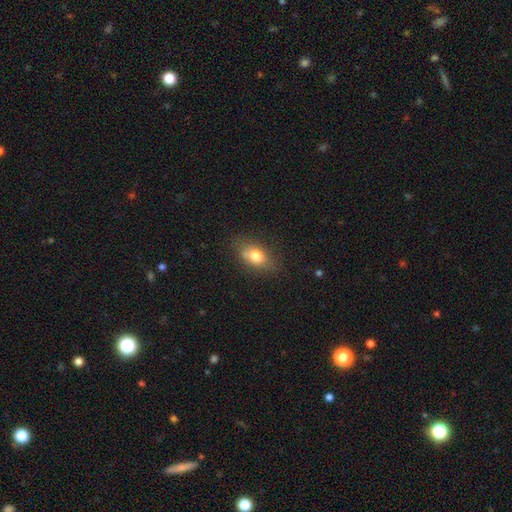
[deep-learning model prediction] smooth_or_featured: smooth (p=0.77) [alt: featured or disk p=0.14]
how_rounded: in between (p=0.81) [alt: round p=0.14]
merging: none (p=0.70) [alt: minor disturbance p=0.21]